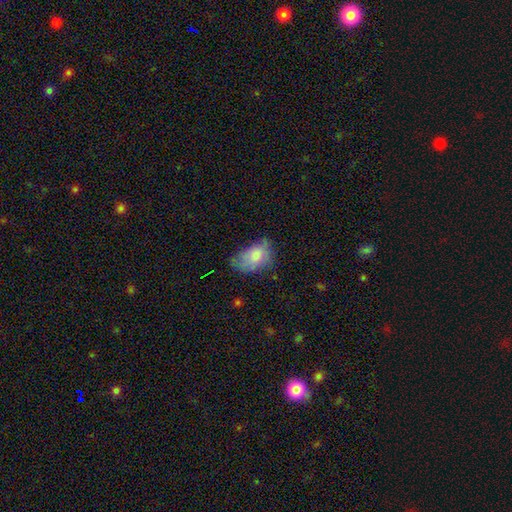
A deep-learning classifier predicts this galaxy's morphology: Q: Smooth or featured?
A: smooth (76%); runner-up: featured or disk (16%)
Q: How rounded?
A: in between (87%); runner-up: round (12%)
Q: Merging?
A: none (46%); runner-up: minor disturbance (36%)